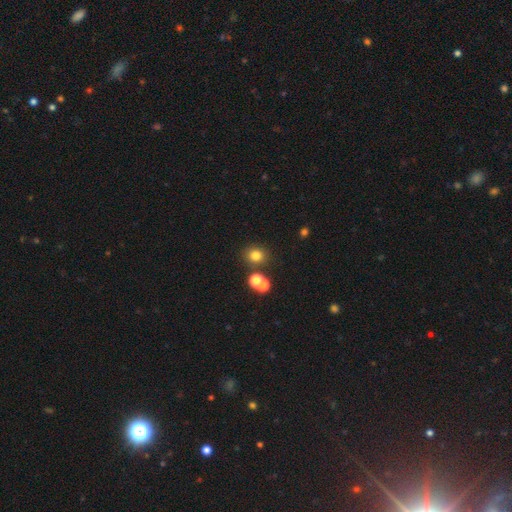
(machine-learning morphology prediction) Smooth or featured? smooth (76%)
How rounded? round (79%)
Merging? none (75%)